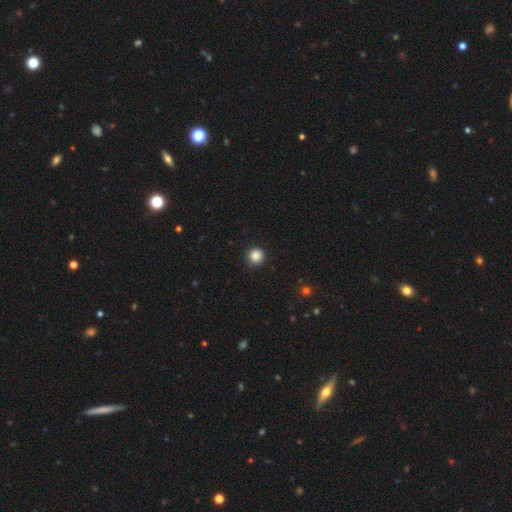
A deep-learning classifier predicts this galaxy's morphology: smooth_or_featured: smooth (p=0.86) [alt: star or artifact p=0.11]
how_rounded: round (p=0.95) [alt: in between p=0.04]
merging: none (p=0.89) [alt: minor disturbance p=0.08]